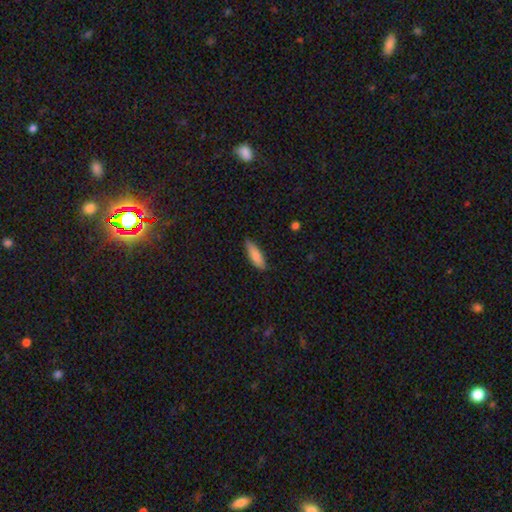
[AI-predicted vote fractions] A smooth galaxy with no disk features (83%) that is in between round and cigar-shaped (51%). Merging: none (80%).